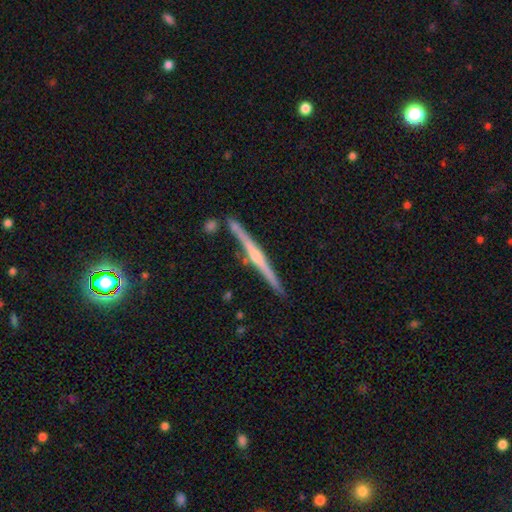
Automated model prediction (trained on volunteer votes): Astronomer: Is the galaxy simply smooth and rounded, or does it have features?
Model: featured or disk — 81%.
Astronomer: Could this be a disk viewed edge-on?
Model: yes — 98%.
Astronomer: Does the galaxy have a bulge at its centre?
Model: rounded — 79%.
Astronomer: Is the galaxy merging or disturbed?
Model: none — 87%.